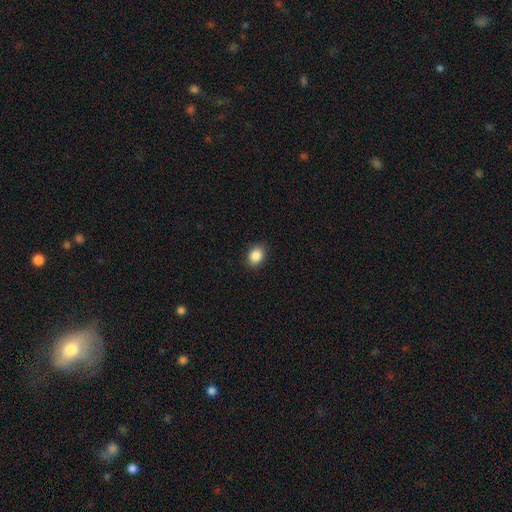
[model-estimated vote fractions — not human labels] Smooth or featured: smooth — 87% (star or artifact — 9%)
How rounded: in between — 64% (round — 35%)
Merging: none — 89% (minor disturbance — 8%)